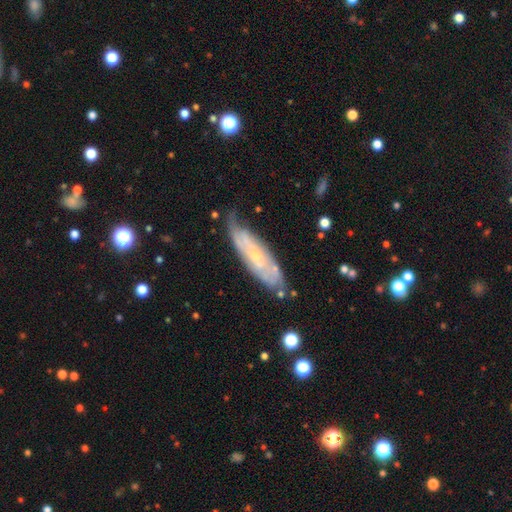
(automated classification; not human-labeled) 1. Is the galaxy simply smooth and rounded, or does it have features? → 64% featured or disk, 28% smooth, 7% star or artifact.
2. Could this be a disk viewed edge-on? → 69% no, 31% yes.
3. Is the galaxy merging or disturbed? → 69% none, 23% minor disturbance, 5% major disturbance, 2% merger.